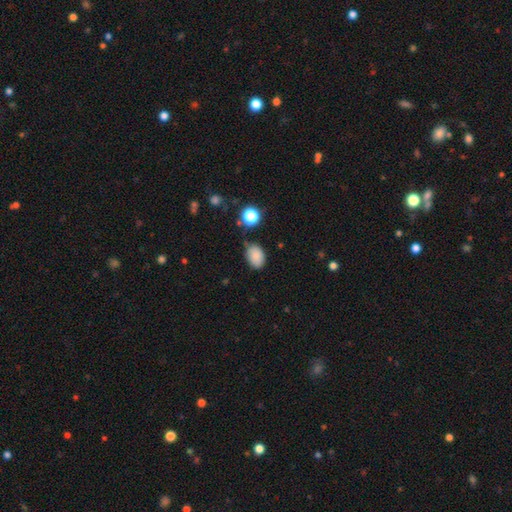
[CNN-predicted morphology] This appears to be a smooth galaxy with no disk features (84%) that is in between round and cigar-shaped (78%). Merging: none (70%).